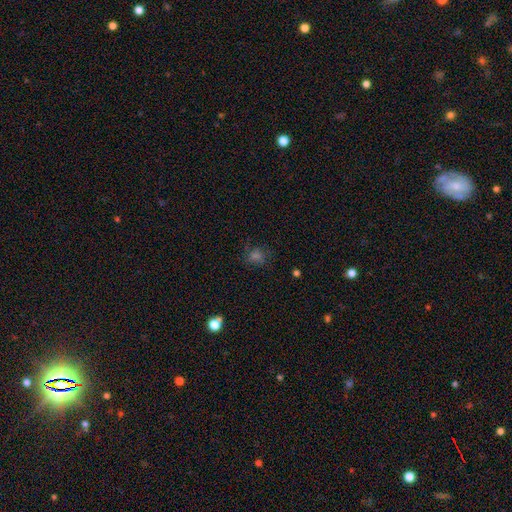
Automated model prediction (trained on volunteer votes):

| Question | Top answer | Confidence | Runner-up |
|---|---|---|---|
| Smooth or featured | smooth | 53% | star or artifact (34%) |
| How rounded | round | 71% | in between (28%) |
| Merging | none | 73% | minor disturbance (16%) |